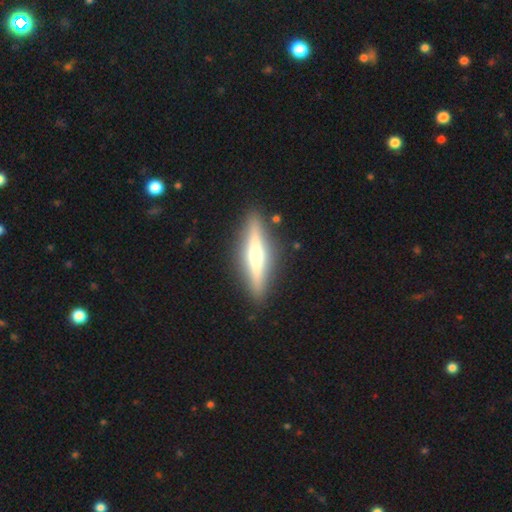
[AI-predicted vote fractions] featured or disk 66%, smooth 28%, star or artifact 6%. Down the decision tree: edge-on disk — yes (95%); edge-on bulge — rounded (86%); merging — none (89%).